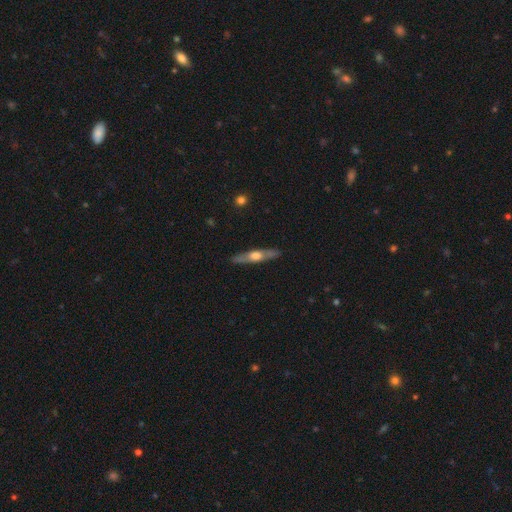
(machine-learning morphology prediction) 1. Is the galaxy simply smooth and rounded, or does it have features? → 61% featured or disk, 34% smooth, 5% star or artifact.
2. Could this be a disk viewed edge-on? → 91% yes, 9% no.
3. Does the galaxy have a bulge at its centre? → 89% rounded, 5% boxy, 5% none.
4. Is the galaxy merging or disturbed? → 88% none, 9% minor disturbance, 2% major disturbance, 1% merger.